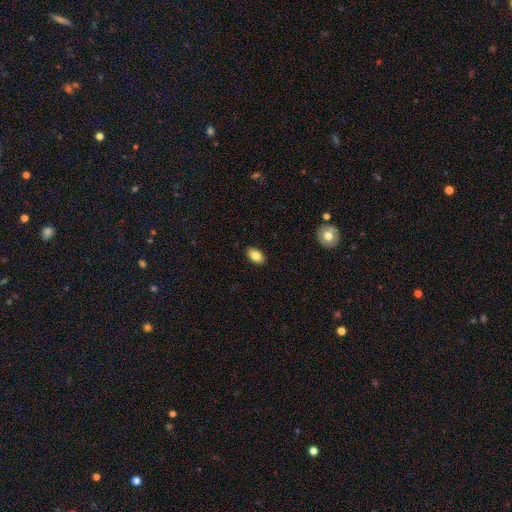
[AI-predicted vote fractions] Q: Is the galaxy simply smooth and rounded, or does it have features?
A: smooth — 83%.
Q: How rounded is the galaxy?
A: in between — 91%.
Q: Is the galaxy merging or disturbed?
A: none — 89%.